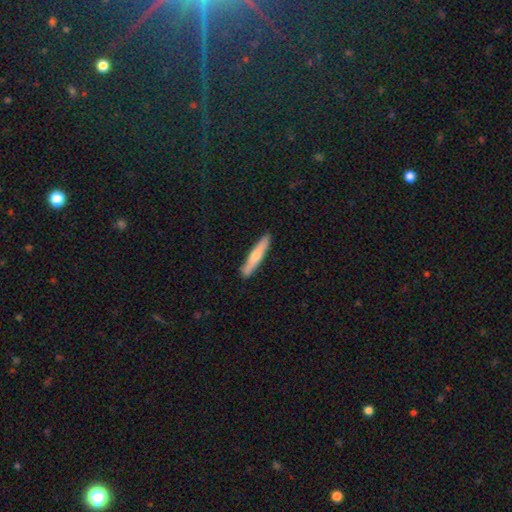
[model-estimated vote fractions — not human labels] smooth-or-featured: smooth: 60% | featured or disk: 35% | star or artifact: 5%
  how-rounded: cigar-shaped: 92% | in between: 6% | round: 1%
  merging: none: 90% | minor disturbance: 7% | major disturbance: 1% | merger: 1%